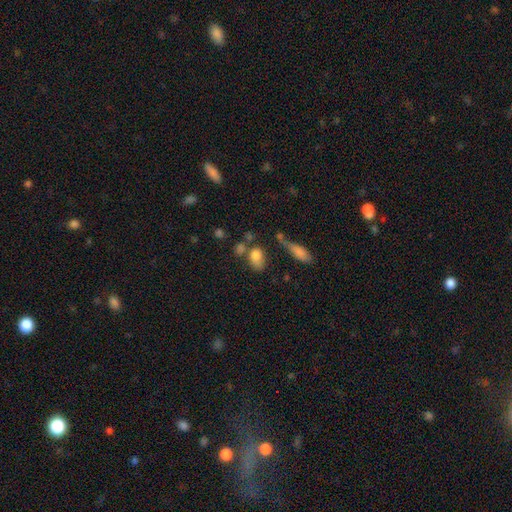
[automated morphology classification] A smooth galaxy with no disk features (79%) that is in between round and cigar-shaped (74%).

Vote fractions:
- Smooth or featured? smooth: 79% / star or artifact: 11% / featured or disk: 10%
- How rounded? in between: 74% / round: 22% / cigar-shaped: 4%
- Merging? none: 46% / merger: 25% / minor disturbance: 19% / major disturbance: 11%